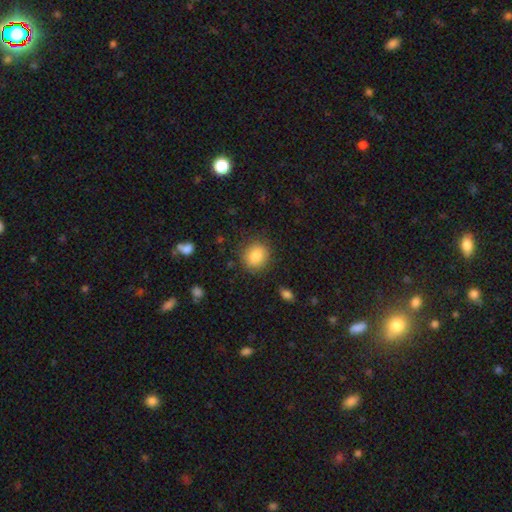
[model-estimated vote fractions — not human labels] Q: Smooth or featured?
A: smooth (84%); runner-up: star or artifact (8%)
Q: How rounded?
A: round (72%); runner-up: in between (27%)
Q: Merging?
A: none (84%); runner-up: minor disturbance (11%)